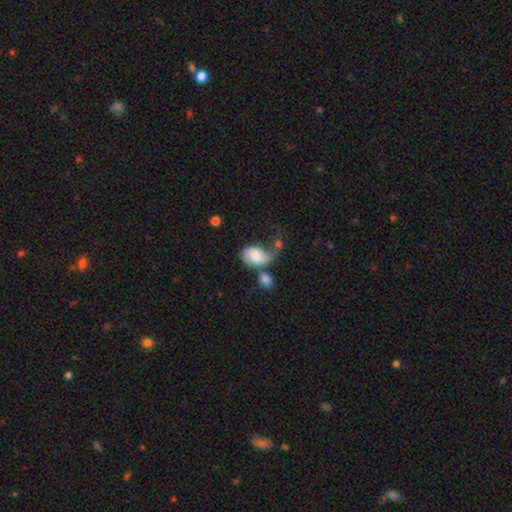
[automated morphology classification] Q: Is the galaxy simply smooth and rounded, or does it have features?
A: smooth — 60%.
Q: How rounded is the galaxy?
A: in between — 81%.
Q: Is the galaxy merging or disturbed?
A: merger — 33%.